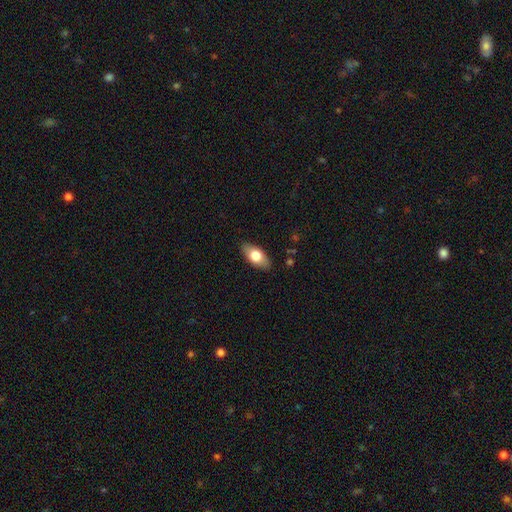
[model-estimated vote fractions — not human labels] This is likely a smooth galaxy (72%). How rounded: clearly in between (90%). Merging: clearly none (87%).